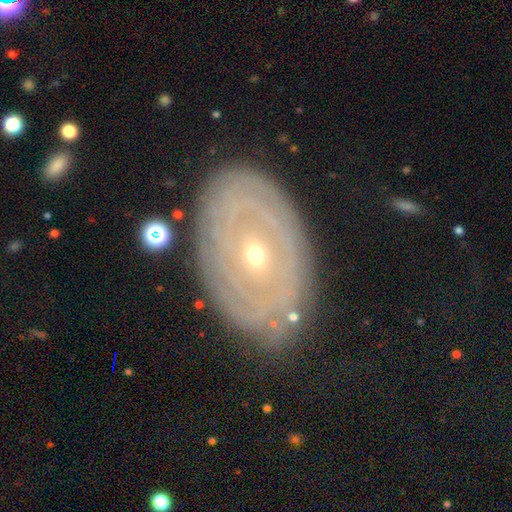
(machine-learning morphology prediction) A featured or disk galaxy (78%) with no bar (67%), tight (83%) spiral arms (72%) and a small central bulge (66%). Merging: none (81%).